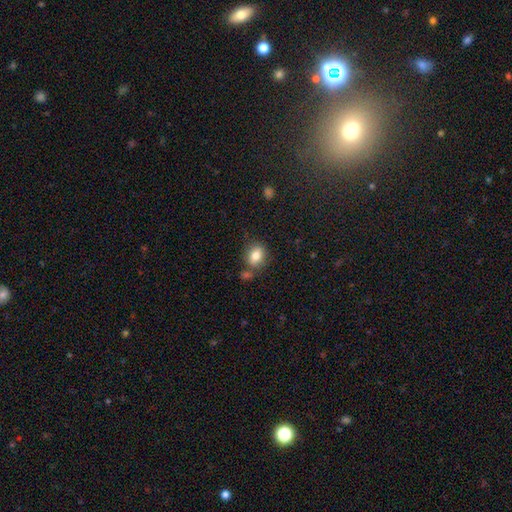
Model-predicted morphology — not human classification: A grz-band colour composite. It shows a smooth galaxy with no disk features (82%) that is in between round and cigar-shaped (60%). Merging: none (66%).